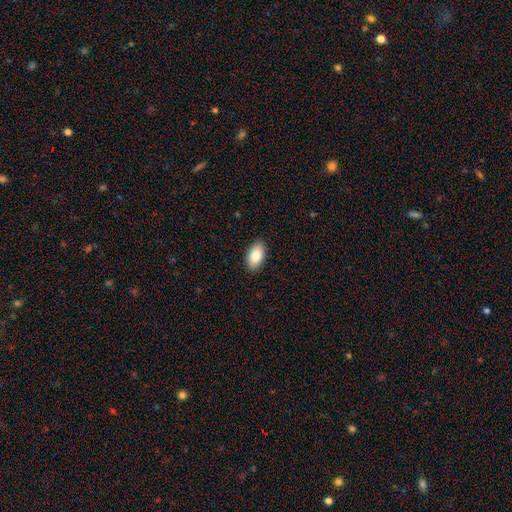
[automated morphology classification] Overall: smooth (84%). How rounded: in between (94%). Merging: none (90%).